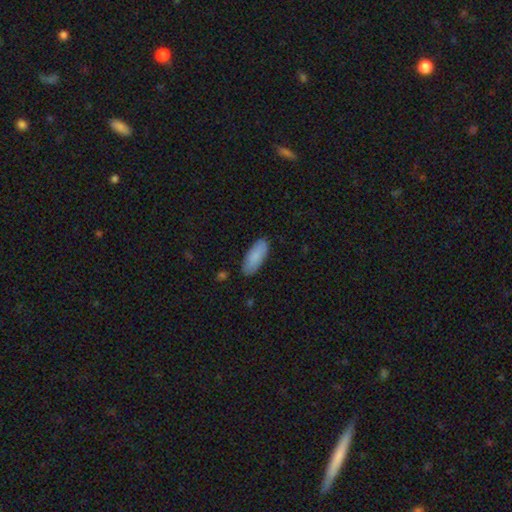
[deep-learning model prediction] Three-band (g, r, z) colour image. It shows a smooth galaxy with no disk features (87%) that is in between round and cigar-shaped (77%). Merging: none (86%).